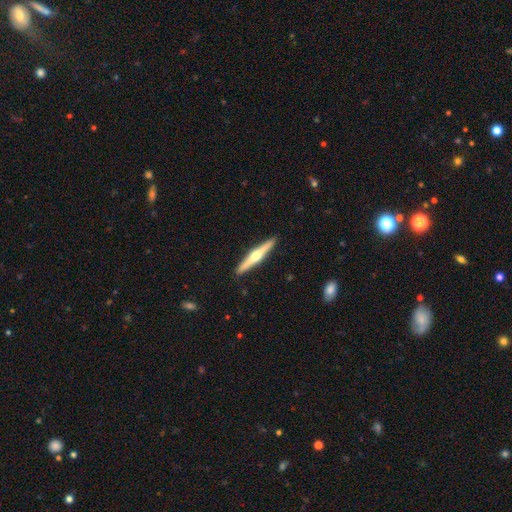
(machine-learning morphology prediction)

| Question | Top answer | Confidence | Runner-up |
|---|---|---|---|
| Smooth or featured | featured or disk | 69% | smooth (26%) |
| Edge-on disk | yes | 98% | no (2%) |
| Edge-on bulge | rounded | 94% | none (4%) |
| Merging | none | 92% | minor disturbance (6%) |